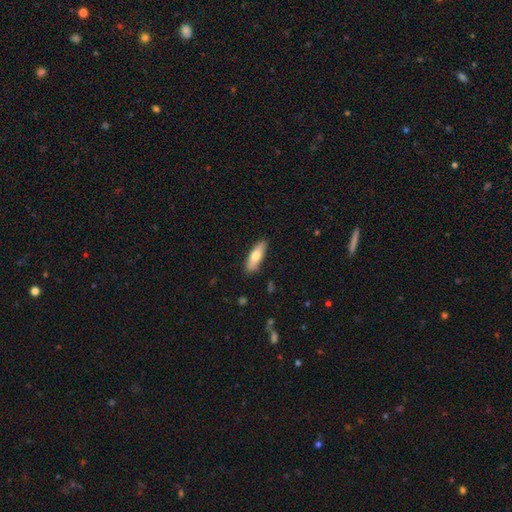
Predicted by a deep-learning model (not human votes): A smooth galaxy with no disk features (68%) that is cigar-shaped (51%). Merging: none (86%).